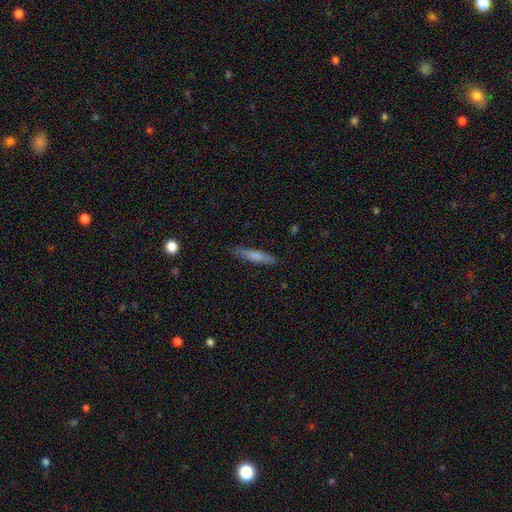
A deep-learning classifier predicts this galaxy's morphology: A smooth galaxy with no disk features (69%) that is cigar-shaped (86%).

Vote fractions:
- Smooth or featured? smooth: 69% / featured or disk: 24% / star or artifact: 6%
- How rounded? cigar-shaped: 86% / in between: 12% / round: 2%
- Merging? none: 82% / minor disturbance: 14% / major disturbance: 3% / merger: 1%